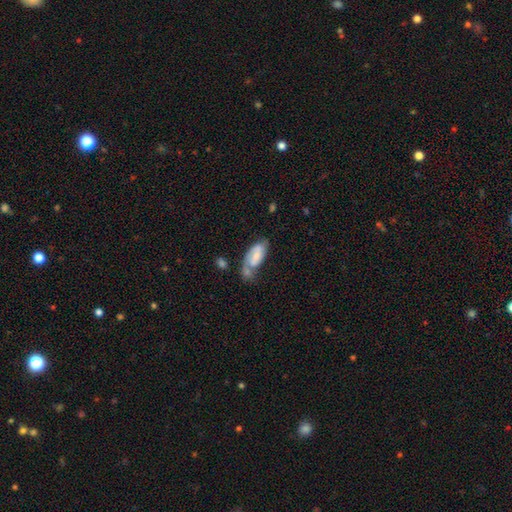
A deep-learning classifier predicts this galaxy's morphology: Smooth or featured? Predicted: featured or disk (p=0.47). Merging? Predicted: none (p=0.35).